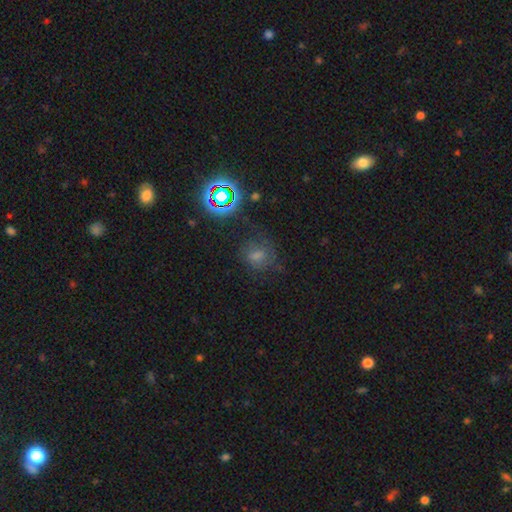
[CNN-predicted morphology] Smooth or featured?
  - smooth: 52% *
  - star or artifact: 32%
  - featured or disk: 16%
How rounded?
  - round: 61% *
  - in between: 37%
  - cigar-shaped: 2%
Merging?
  - none: 62% *
  - minor disturbance: 22%
  - major disturbance: 14%
  - merger: 3%